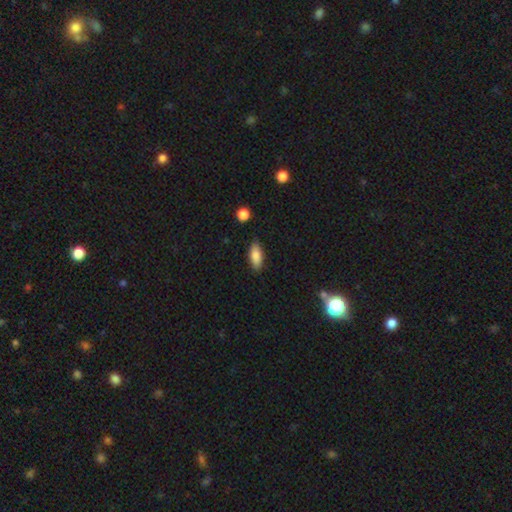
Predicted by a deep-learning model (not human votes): This is clearly a smooth galaxy (84%). How rounded: clearly in between (81%). Merging: clearly none (85%).